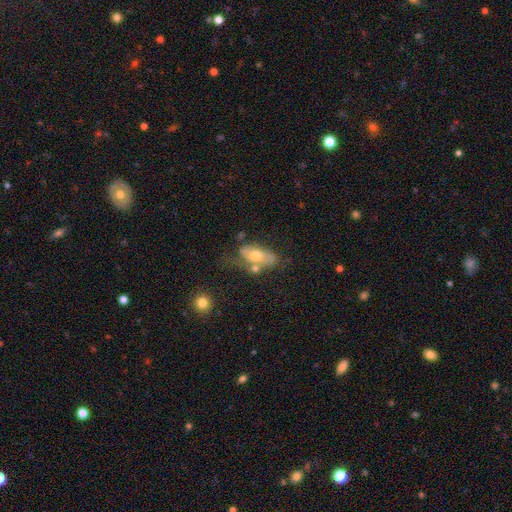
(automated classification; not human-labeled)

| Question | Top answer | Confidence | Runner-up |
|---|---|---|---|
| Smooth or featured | smooth | 51% | featured or disk (41%) |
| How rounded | in between | 84% | cigar-shaped (11%) |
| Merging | none | 39% | minor disturbance (25%) |